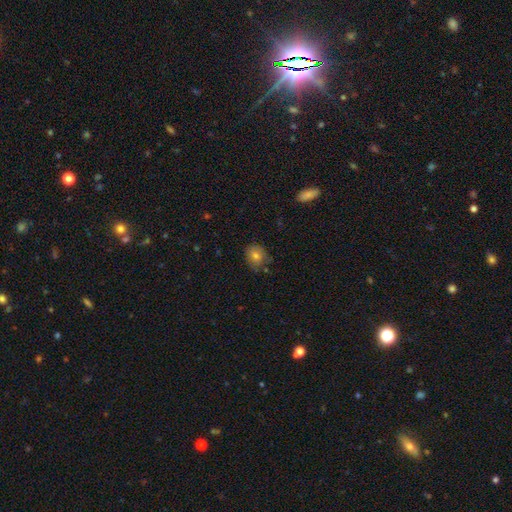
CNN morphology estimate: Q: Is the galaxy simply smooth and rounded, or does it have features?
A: smooth — 76%.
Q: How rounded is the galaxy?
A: round — 68%.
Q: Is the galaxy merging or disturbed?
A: none — 74%.